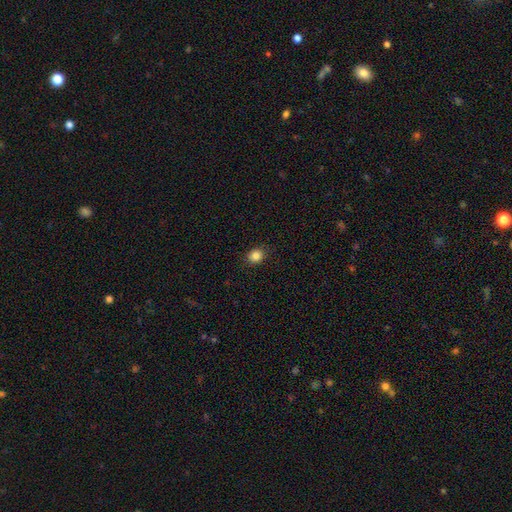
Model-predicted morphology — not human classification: Smooth or featured: smooth — 85% (star or artifact — 11%)
How rounded: round — 67% (in between — 32%)
Merging: none — 89% (minor disturbance — 8%)